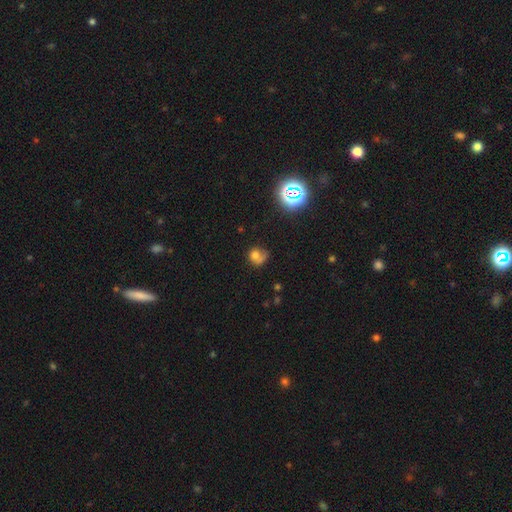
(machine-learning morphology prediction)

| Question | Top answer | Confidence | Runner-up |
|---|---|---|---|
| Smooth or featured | smooth | 64% | featured or disk (19%) |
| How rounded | round | 71% | in between (28%) |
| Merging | none | 41% | minor disturbance (23%) |